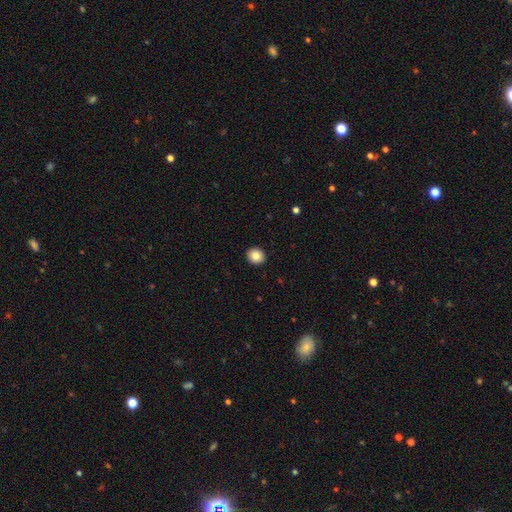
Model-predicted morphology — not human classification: Smooth or featured?
  - smooth: 83% *
  - star or artifact: 9%
  - featured or disk: 8%
How rounded?
  - round: 82% *
  - in between: 17%
  - cigar-shaped: 1%
Merging?
  - none: 92% *
  - minor disturbance: 5%
  - major disturbance: 1%
  - merger: 1%